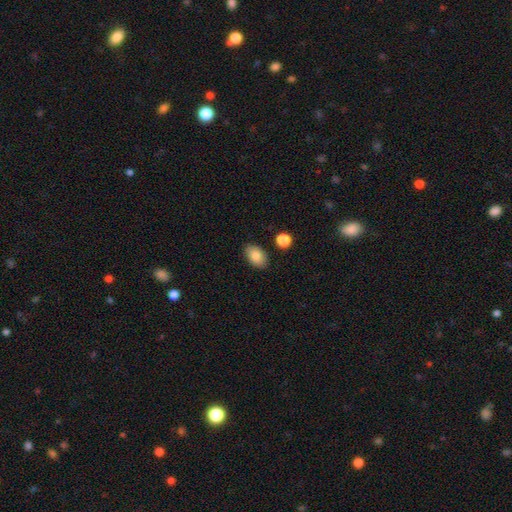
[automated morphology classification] Smooth or featured? Predicted: smooth (p=0.85). How rounded? Predicted: in between (p=0.91). Merging? Predicted: none (p=0.86).